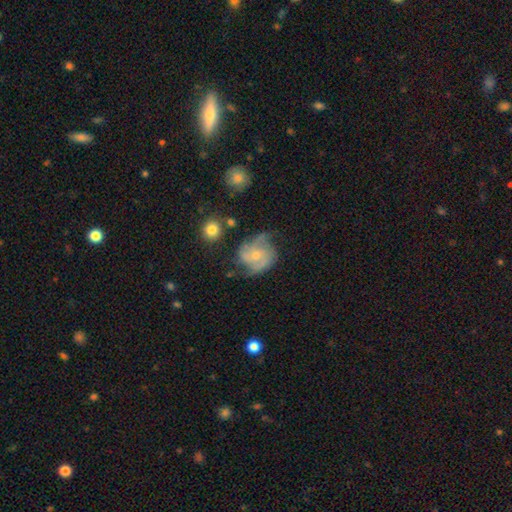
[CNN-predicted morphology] smooth-or-featured: featured or disk: 80% | smooth: 14% | star or artifact: 6%
  disk-edge-on: no: 98% | yes: 2%
    bar: no: 65% | weak: 31% | strong: 5%
    has-spiral-arms: yes: 94% | no: 6%
      spiral-winding: medium: 47% | tight: 37% | loose: 17%
      spiral-arm-count: 2: 47% | 3: 25% | can't tell: 15% | 4: 5% | 1: 4% | more than 4: 4%
    bulge-size: small: 56% | moderate: 37% | none: 4% | large: 2% | dominant: 1%
  merging: none: 58% | minor disturbance: 25% | major disturbance: 13% | merger: 3%